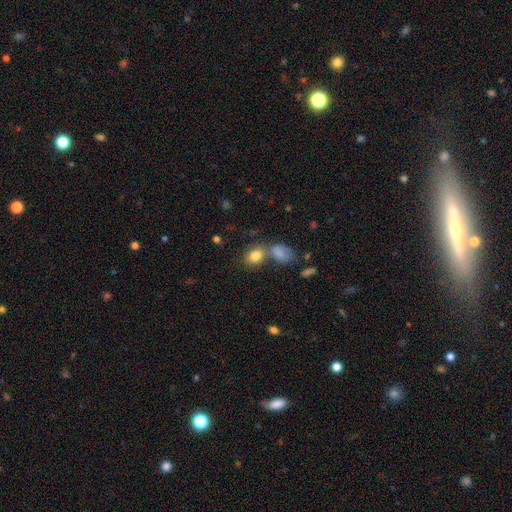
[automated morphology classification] type=smooth (82%); roundness=in between (63%); merging=none (47%).